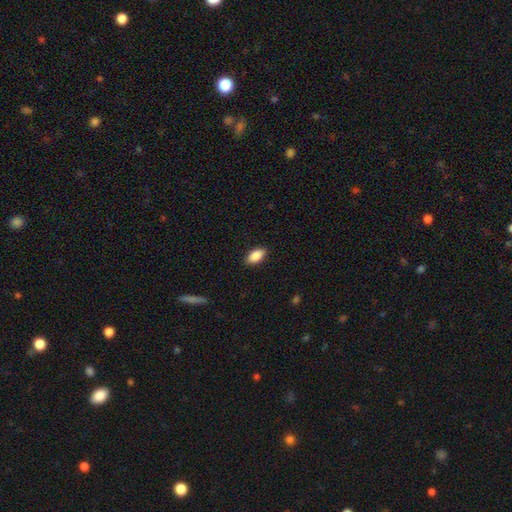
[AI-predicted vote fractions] Smooth or featured? smooth (88%)
How rounded? in between (92%)
Merging? none (89%)